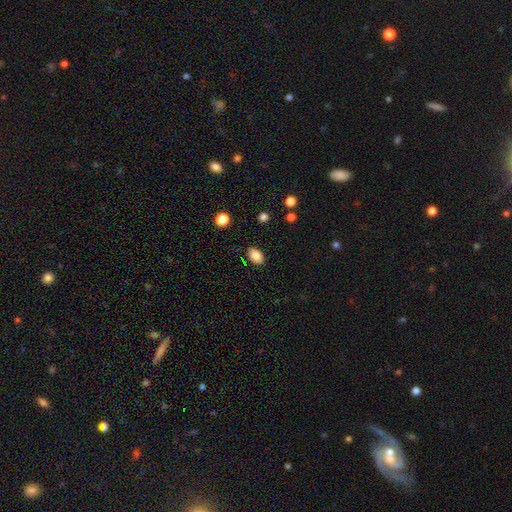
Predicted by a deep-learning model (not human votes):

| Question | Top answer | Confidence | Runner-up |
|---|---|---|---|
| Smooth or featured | smooth | 86% | star or artifact (9%) |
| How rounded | in between | 87% | round (12%) |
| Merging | none | 84% | minor disturbance (12%) |